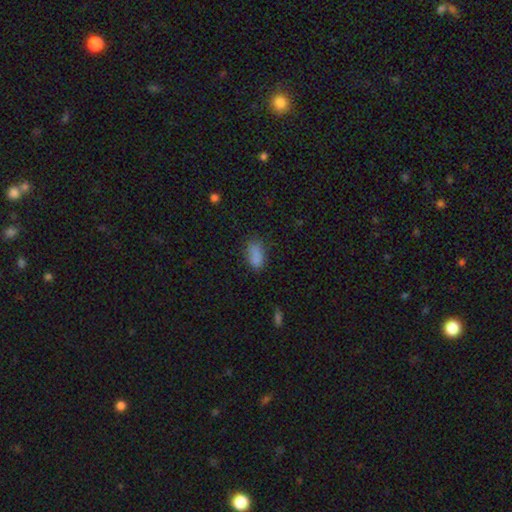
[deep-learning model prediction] A smooth galaxy with no disk features (82%) that is in between round and cigar-shaped (91%).

Vote fractions:
- Smooth or featured? smooth: 82% / star or artifact: 11% / featured or disk: 7%
- How rounded? in between: 91% / round: 5% / cigar-shaped: 3%
- Merging? none: 63% / minor disturbance: 25% / major disturbance: 9% / merger: 3%